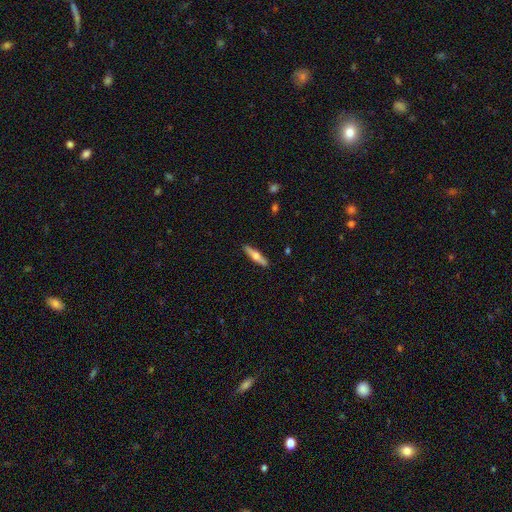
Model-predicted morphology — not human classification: A smooth galaxy with no disk features (49%). Merging: none (90%).